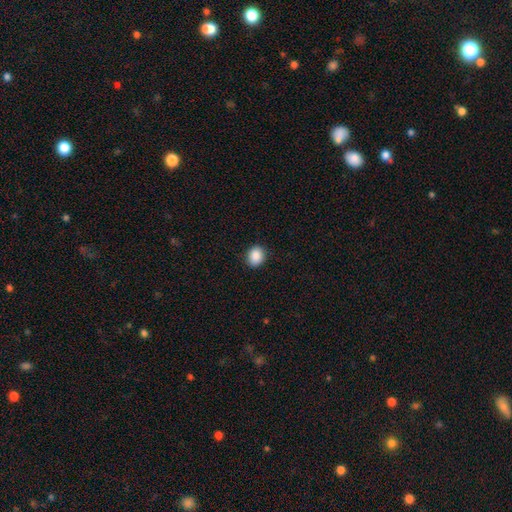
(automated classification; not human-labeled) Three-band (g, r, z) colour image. It shows a smooth galaxy with no disk features (88%) that is round (58%). Merging: none (89%).